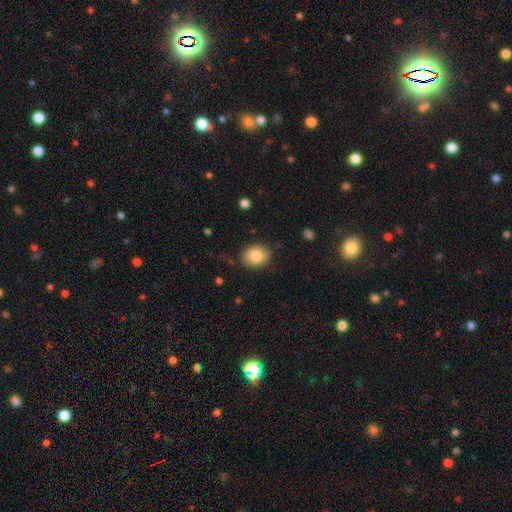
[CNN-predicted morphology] Smooth or featured? smooth (85%)
How rounded? in between (50%)
Merging? none (82%)